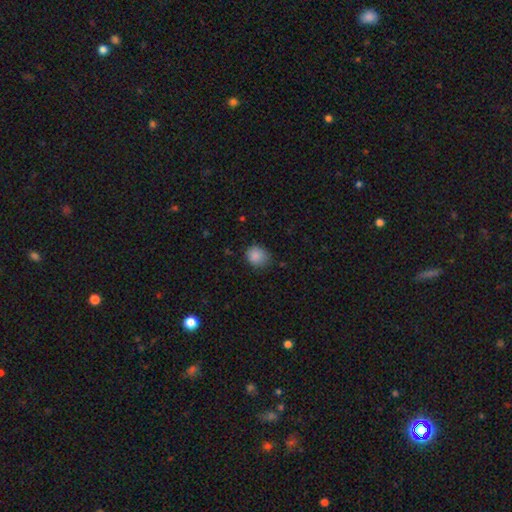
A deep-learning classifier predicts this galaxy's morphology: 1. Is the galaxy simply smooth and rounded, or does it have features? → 86% smooth, 10% star or artifact, 4% featured or disk.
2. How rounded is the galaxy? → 76% round, 23% in between, 1% cigar-shaped.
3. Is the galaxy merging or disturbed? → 74% none, 20% minor disturbance, 4% major disturbance, 1% merger.